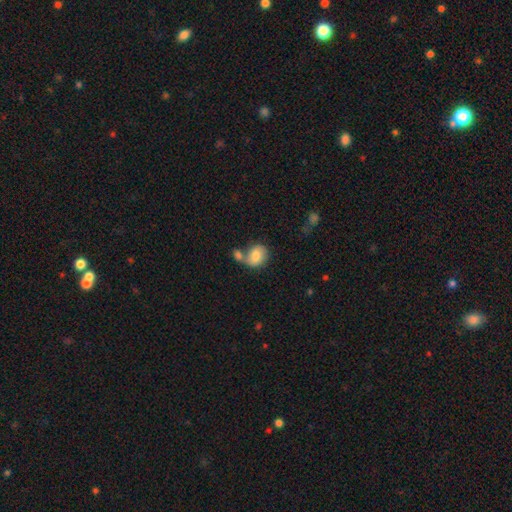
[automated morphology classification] This is likely a smooth galaxy (75%). How rounded: possibly round (50%). Merging: marginally merger (43%).